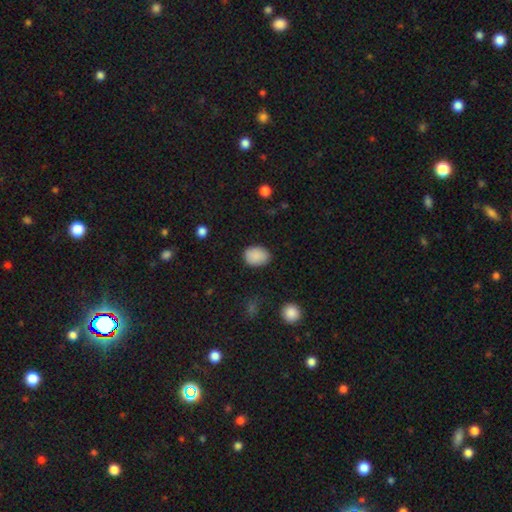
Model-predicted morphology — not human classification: A smooth galaxy with no disk features (89%) that is in between round and cigar-shaped (70%). Merging: none (84%).